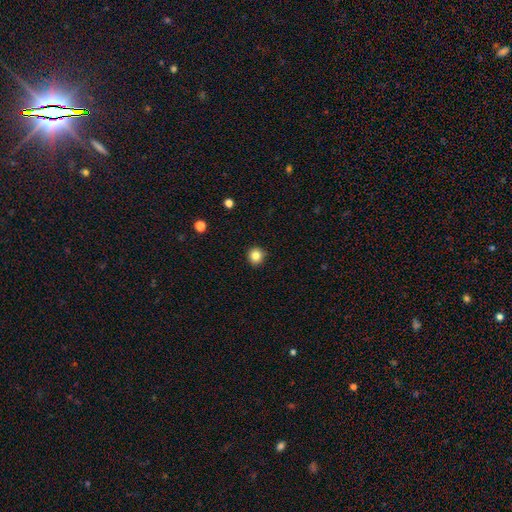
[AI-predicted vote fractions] A smooth galaxy with no disk features (83%) that is round (92%). Merging: none (91%).